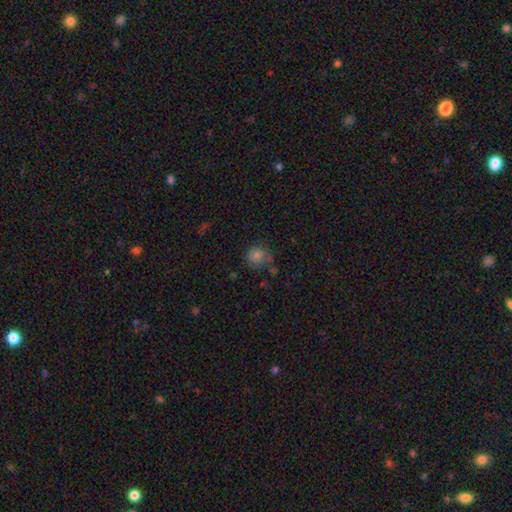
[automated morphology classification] Smooth or featured: smooth — 77% (star or artifact — 16%)
How rounded: round — 81% (in between — 18%)
Merging: none — 67% (minor disturbance — 19%)